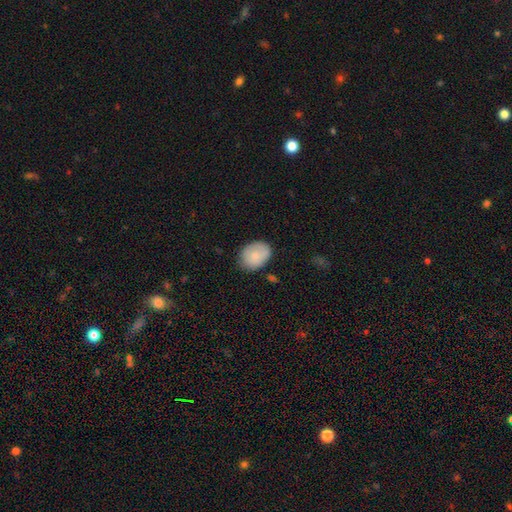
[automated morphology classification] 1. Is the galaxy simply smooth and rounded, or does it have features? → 78% smooth, 15% featured or disk, 7% star or artifact.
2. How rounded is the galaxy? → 65% in between, 34% round, 1% cigar-shaped.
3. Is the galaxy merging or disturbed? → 74% none, 20% minor disturbance, 4% major disturbance, 2% merger.